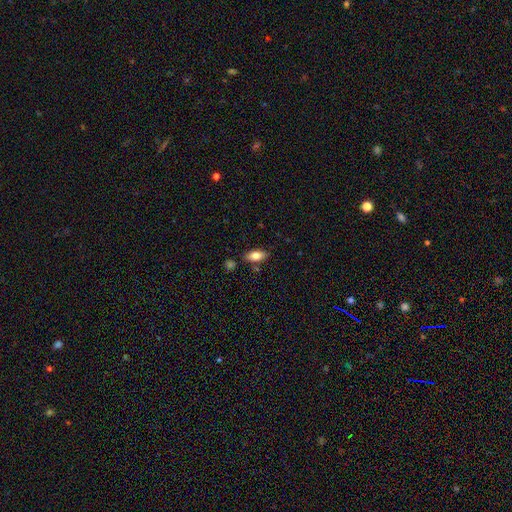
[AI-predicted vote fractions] The model was most divided on "smooth or featured": smooth: 79%, featured or disk: 13%, star or artifact: 7%. More confident: how rounded — in between (88%); merging — none (81%).